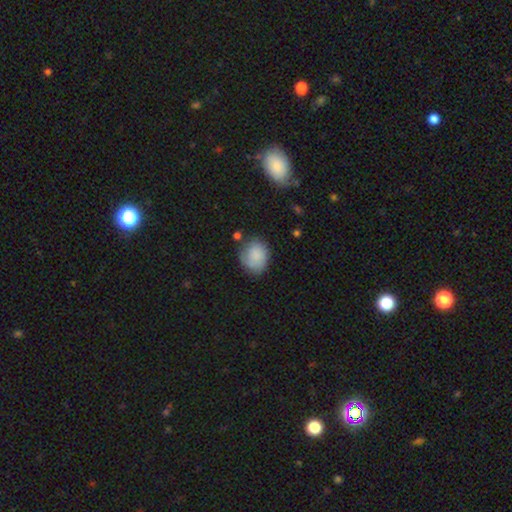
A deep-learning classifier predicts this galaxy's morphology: smooth_or_featured: smooth (p=0.78) [alt: featured or disk p=0.14]
how_rounded: round (p=0.57) [alt: in between p=0.42]
merging: none (p=0.62) [alt: minor disturbance p=0.26]